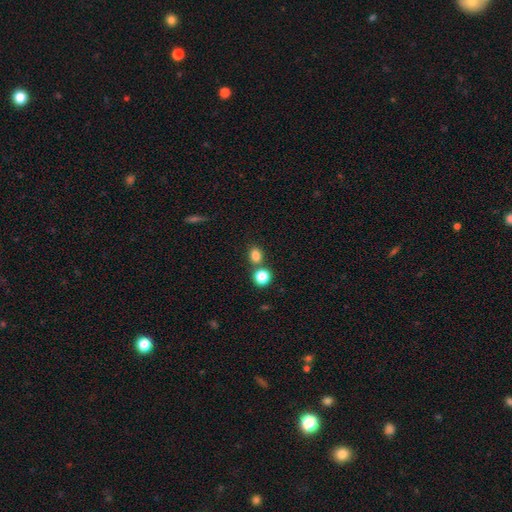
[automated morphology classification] type=smooth (81%); roundness=in between (52%); merging=none (63%).